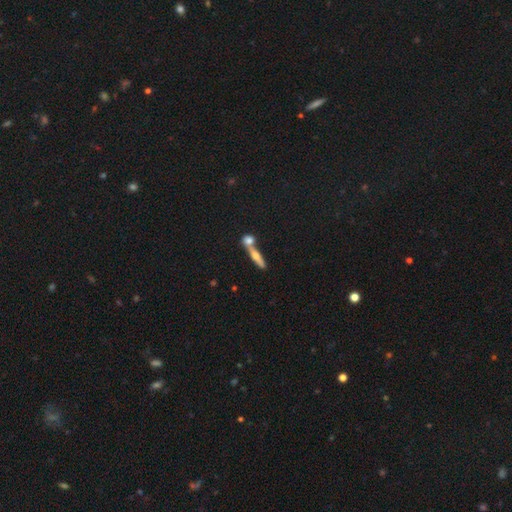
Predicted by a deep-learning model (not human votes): smooth_or_featured: smooth (p=0.48) [alt: featured or disk p=0.44]
merging: none (p=0.47) [alt: merger p=0.41]